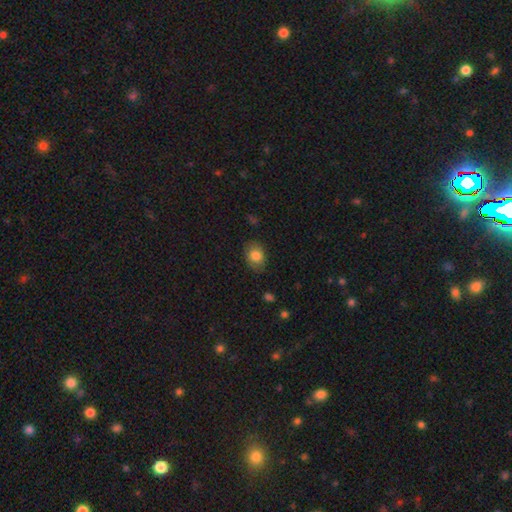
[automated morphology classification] smooth 81%, featured or disk 10%, star or artifact 9%. Down the decision tree: how rounded — in between (62%); merging — none (81%).